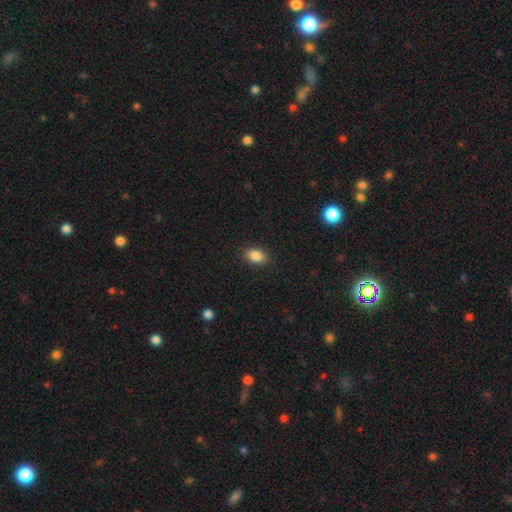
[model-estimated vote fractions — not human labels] Q: Smooth or featured?
A: smooth (86%); runner-up: star or artifact (9%)
Q: How rounded?
A: in between (79%); runner-up: round (20%)
Q: Merging?
A: none (89%); runner-up: minor disturbance (8%)